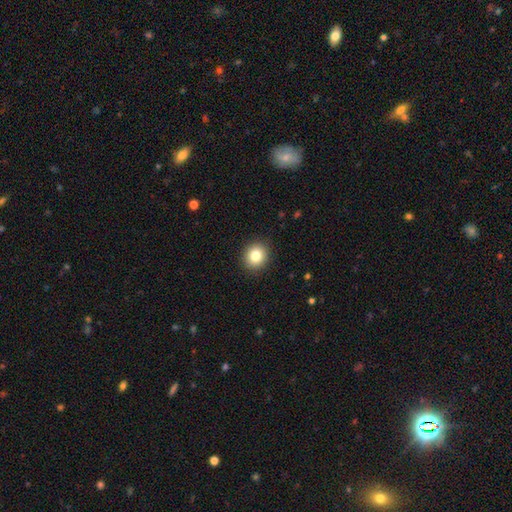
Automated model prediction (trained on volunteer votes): The model was most divided on "how rounded": round: 83%, in between: 16%, cigar-shaped: 1%. More confident: merging — none (91%); smooth or featured — smooth (82%).